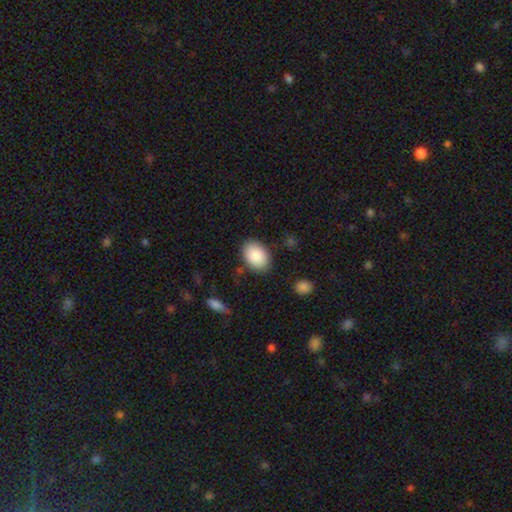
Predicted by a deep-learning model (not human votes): Smooth or featured: smooth — 88% (star or artifact — 6%)
How rounded: in between — 83% (round — 16%)
Merging: none — 84% (minor disturbance — 11%)